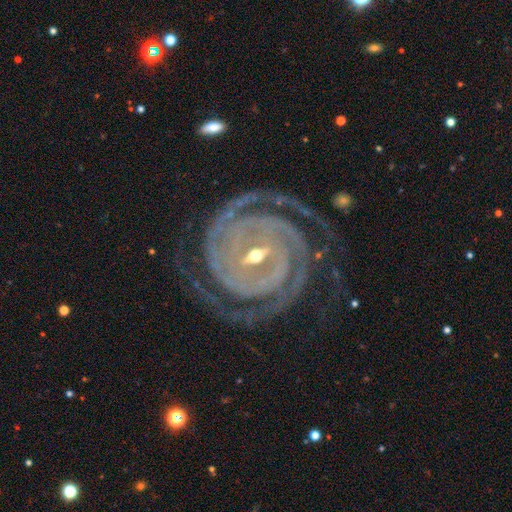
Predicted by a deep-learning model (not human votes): A featured or disk galaxy (93%) with a strong bar (43%), 2 (34%) tight (86%) spiral arms (99%) and a small central bulge (63%).

Vote fractions:
- Smooth or featured? featured or disk: 93% / star or artifact: 4% / smooth: 3%
- Edge-on disk? no: 97% / yes: 3%
- Bar? strong: 43% / weak: 36% / no: 21%
- Spiral arms? yes: 99% / no: 1%
- Spiral winding? tight: 86% / medium: 12% / loose: 2%
- Spiral arm count? 2: 34% / 3: 22% / 4: 17% / can't tell: 12% / more than 4: 8% / 1: 7%
- Bulge size? small: 63% / moderate: 34% / large: 1% / none: 1% / dominant: 1%
- Merging? none: 78% / minor disturbance: 14% / major disturbance: 6% / merger: 2%